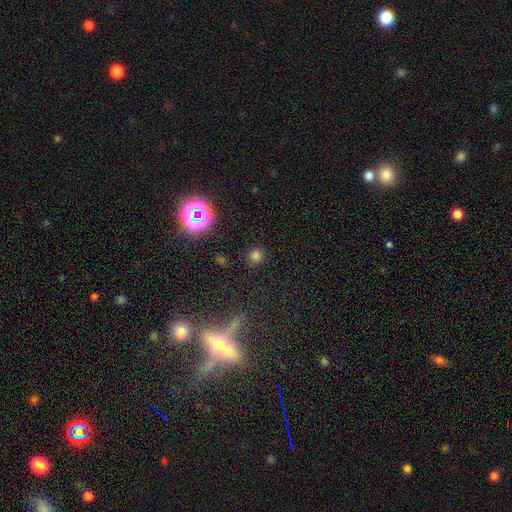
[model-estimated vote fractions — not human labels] smooth-or-featured: smooth: 70% | star or artifact: 25% | featured or disk: 5%
  how-rounded: round: 88% | in between: 11% | cigar-shaped: 1%
  merging: none: 86% | minor disturbance: 8% | major disturbance: 4% | merger: 2%